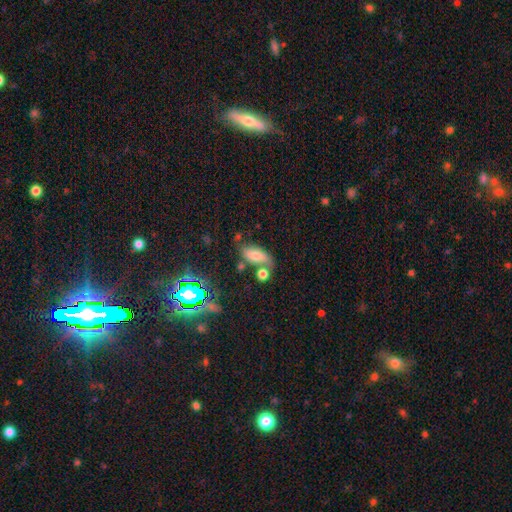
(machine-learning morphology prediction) This is likely a smooth galaxy (65%). How rounded: clearly in between (81%). Merging: possibly none (52%).